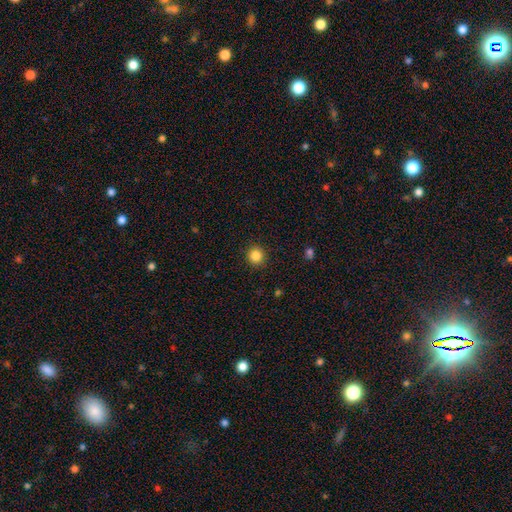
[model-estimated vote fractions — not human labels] A smooth galaxy with no disk features (85%) that is round (93%). Merging: none (92%).